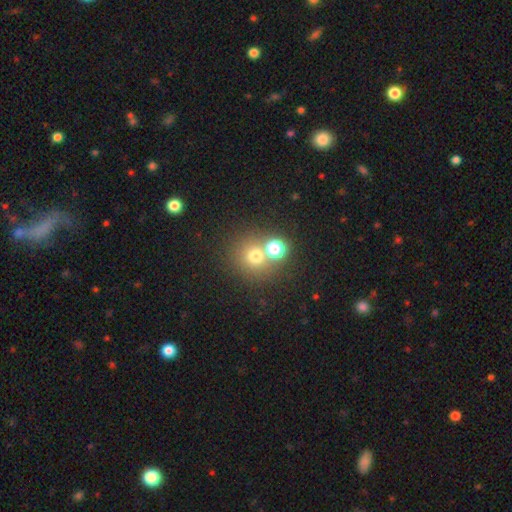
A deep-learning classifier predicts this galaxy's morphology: smooth 68%, star or artifact 21%, featured or disk 11%. Down the decision tree: how rounded — round (88%); merging — none (56%).